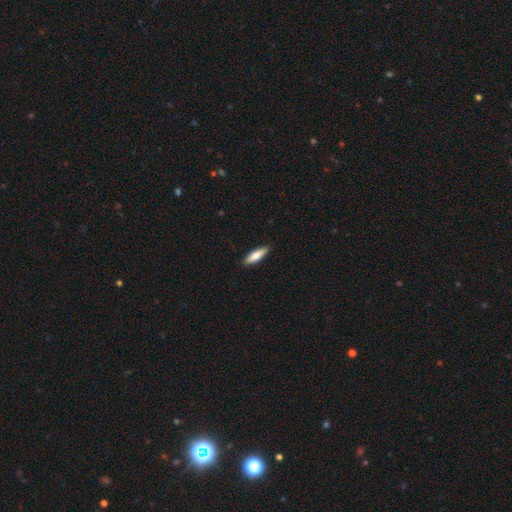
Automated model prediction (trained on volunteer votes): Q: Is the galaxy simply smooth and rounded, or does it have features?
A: smooth — 70%.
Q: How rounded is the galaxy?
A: cigar-shaped — 61%.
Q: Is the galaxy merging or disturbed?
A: none — 90%.